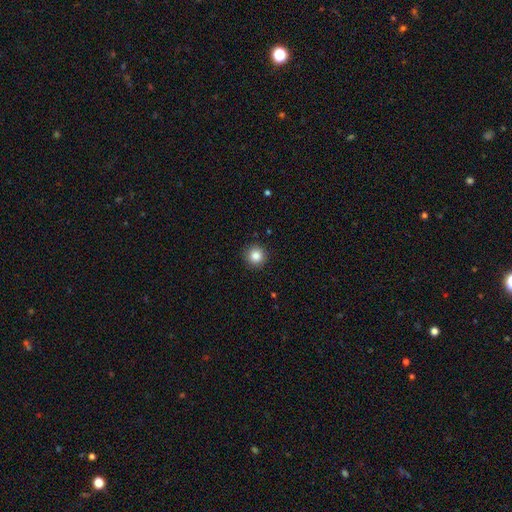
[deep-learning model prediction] Morphology: type=smooth (85%); roundness=round (95%); merging=none (92%).